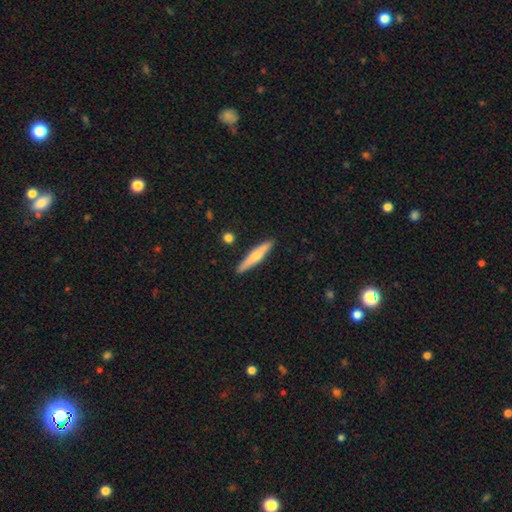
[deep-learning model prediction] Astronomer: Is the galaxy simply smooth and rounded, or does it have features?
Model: smooth — 54% (runner-up: featured or disk, 41%).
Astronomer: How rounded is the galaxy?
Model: cigar-shaped — 91%.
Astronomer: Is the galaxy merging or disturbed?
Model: none — 90%.